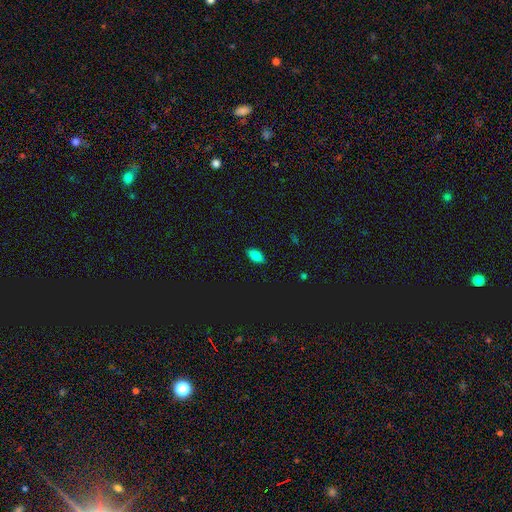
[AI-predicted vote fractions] Smooth or featured?
  - smooth: 80% *
  - star or artifact: 13%
  - featured or disk: 7%
How rounded?
  - in between: 91% *
  - round: 4%
  - cigar-shaped: 4%
Merging?
  - none: 86% *
  - minor disturbance: 11%
  - major disturbance: 2%
  - merger: 1%